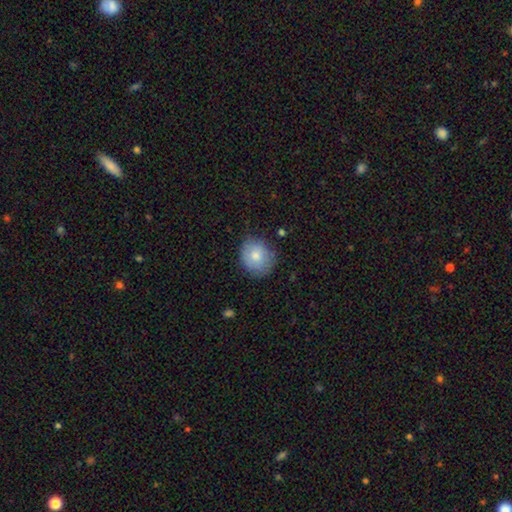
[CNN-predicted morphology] A smooth galaxy with no disk features (77%) that is round (74%).

Vote fractions:
- Smooth or featured? smooth: 77% / featured or disk: 16% / star or artifact: 7%
- How rounded? round: 74% / in between: 26% / cigar-shaped: 1%
- Merging? none: 73% / minor disturbance: 21% / major disturbance: 5% / merger: 1%